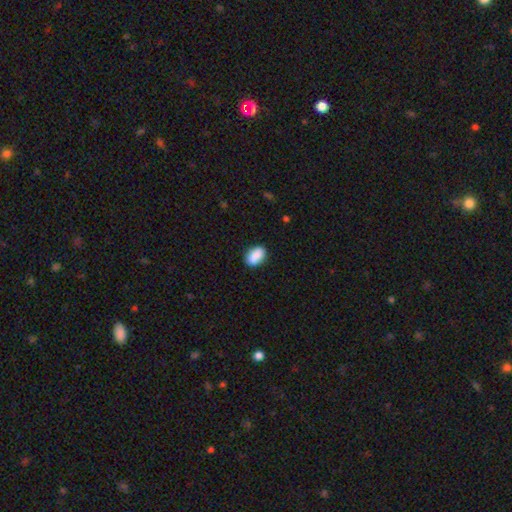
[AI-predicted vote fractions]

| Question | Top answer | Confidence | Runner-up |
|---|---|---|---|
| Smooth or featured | smooth | 89% | star or artifact (7%) |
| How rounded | in between | 90% | round (7%) |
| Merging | none | 85% | minor disturbance (11%) |